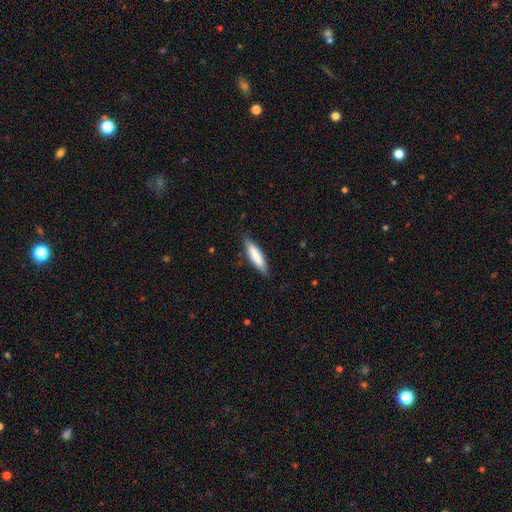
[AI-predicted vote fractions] smooth_or_featured: smooth (p=0.78) [alt: featured or disk p=0.17]
how_rounded: cigar-shaped (p=0.70) [alt: in between p=0.29]
merging: none (p=0.82) [alt: minor disturbance p=0.14]